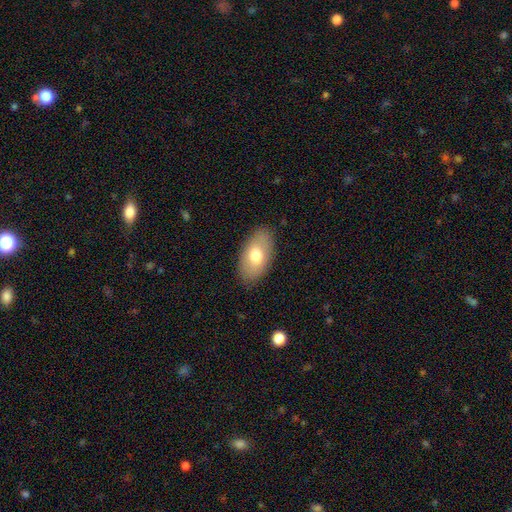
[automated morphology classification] The model was most divided on "smooth or featured": smooth: 71%, featured or disk: 22%, star or artifact: 7%. More confident: how rounded — in between (93%); merging — none (85%).